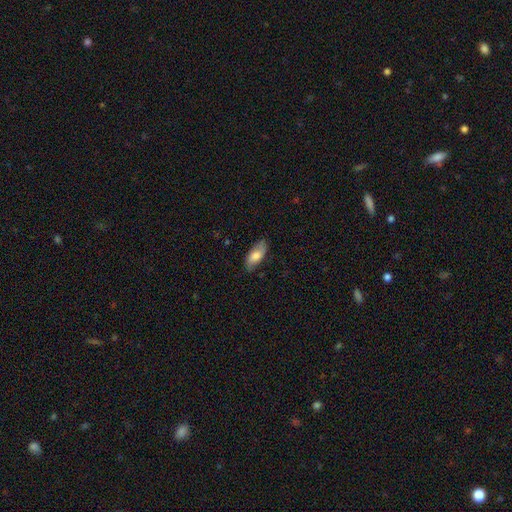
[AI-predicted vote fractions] This is likely a smooth galaxy (67%). How rounded: clearly in between (84%). Merging: clearly none (81%).